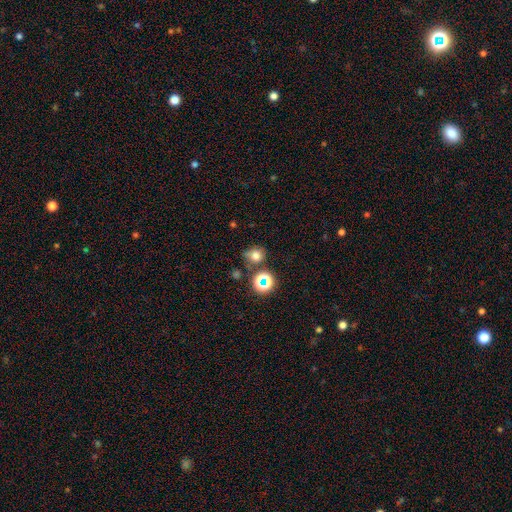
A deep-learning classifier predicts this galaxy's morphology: Q: Smooth or featured?
A: smooth (69%); runner-up: star or artifact (21%)
Q: How rounded?
A: round (75%); runner-up: in between (24%)
Q: Merging?
A: none (60%); runner-up: minor disturbance (20%)